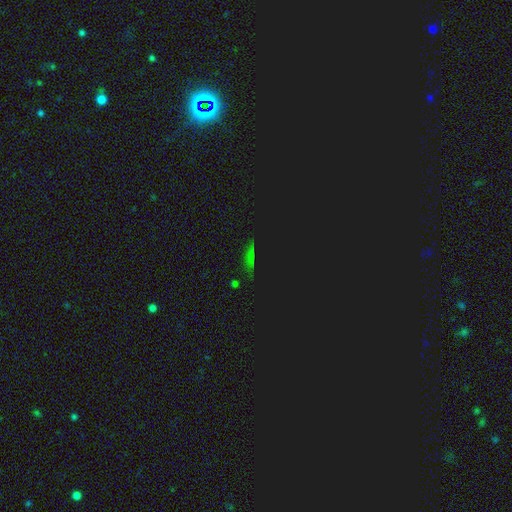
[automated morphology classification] star or artifact 65%, smooth 24%, featured or disk 11%.